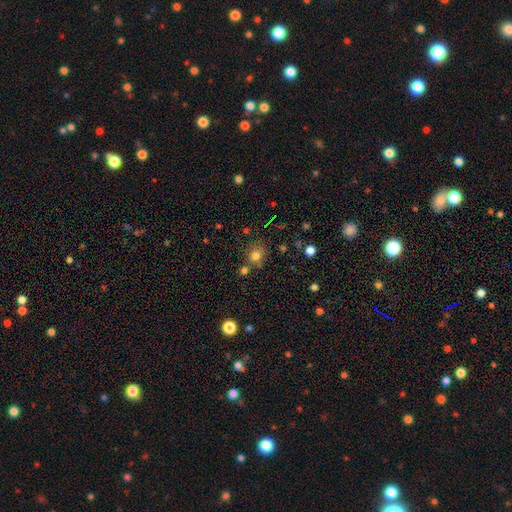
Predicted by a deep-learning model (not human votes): The model was most divided on "merging": none: 70%, minor disturbance: 13%, merger: 12%, major disturbance: 4%. More confident: how rounded — round (81%); smooth or featured — smooth (77%).